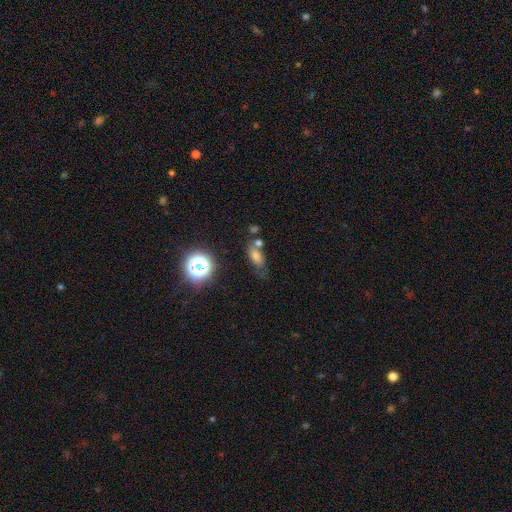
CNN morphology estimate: Q: Smooth or featured?
A: smooth (65%); runner-up: star or artifact (19%)
Q: How rounded?
A: in between (74%); runner-up: cigar-shaped (13%)
Q: Merging?
A: none (51%); runner-up: minor disturbance (23%)